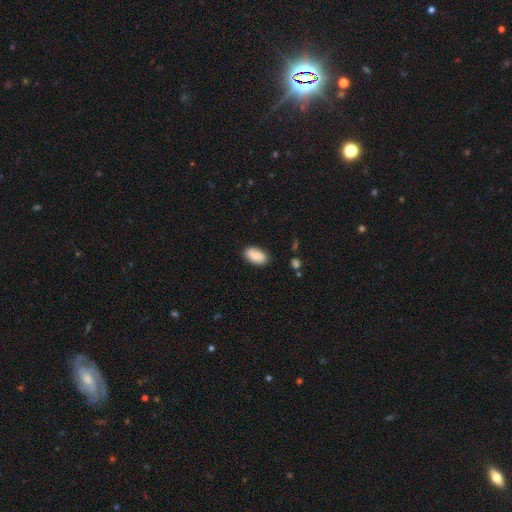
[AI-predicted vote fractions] A smooth galaxy with no disk features (83%) that is in between round and cigar-shaped (94%). Merging: none (82%).